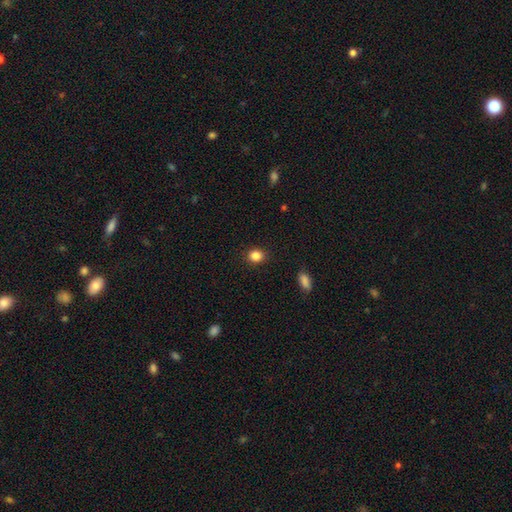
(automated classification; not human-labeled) The model was most divided on "how rounded": round: 68%, in between: 31%, cigar-shaped: 1%. More confident: merging — none (90%); smooth or featured — smooth (85%).